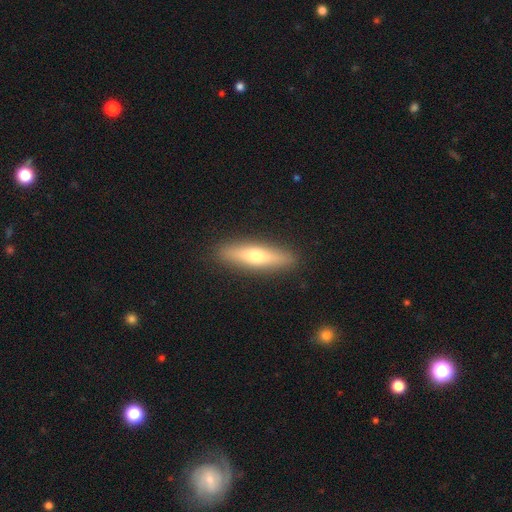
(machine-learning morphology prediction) Smooth or featured: smooth — 53% (featured or disk — 41%)
How rounded: cigar-shaped — 75% (in between — 23%)
Merging: none — 91% (minor disturbance — 7%)